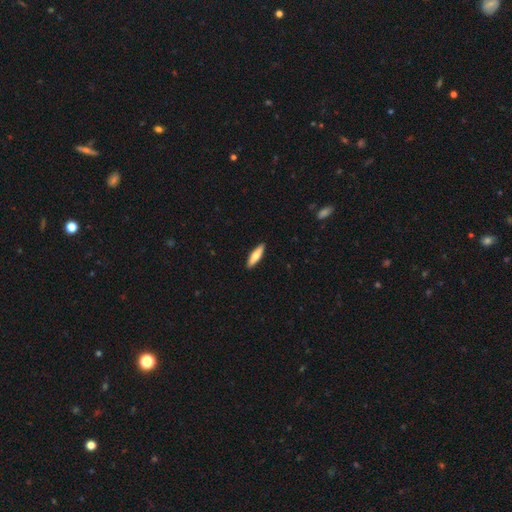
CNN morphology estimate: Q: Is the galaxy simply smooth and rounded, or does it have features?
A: smooth — 71%.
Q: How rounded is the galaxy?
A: cigar-shaped — 66%.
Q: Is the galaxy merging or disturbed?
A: none — 91%.